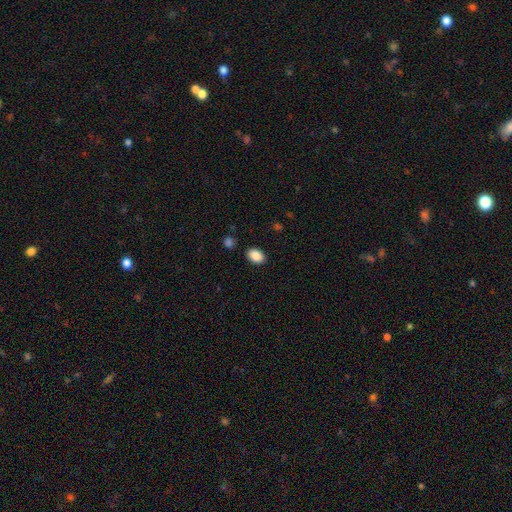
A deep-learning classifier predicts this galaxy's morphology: The model was most divided on "how rounded": in between: 84%, round: 15%, cigar-shaped: 1%. More confident: smooth or featured — smooth (88%); merging — none (87%).